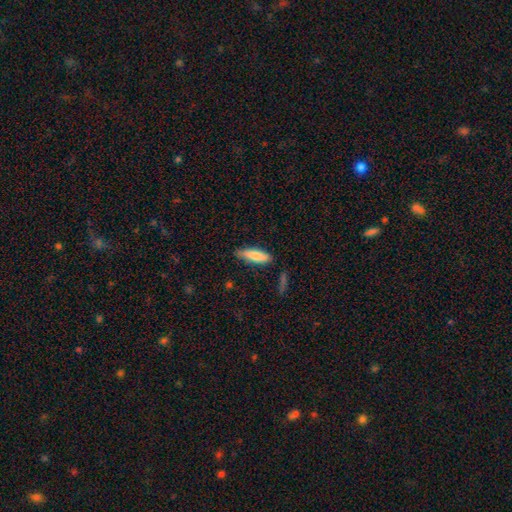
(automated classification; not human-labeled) Q: Smooth or featured?
A: smooth (82%); runner-up: featured or disk (12%)
Q: How rounded?
A: cigar-shaped (49%); tied with: in between (49%)
Q: Merging?
A: none (78%); runner-up: minor disturbance (17%)